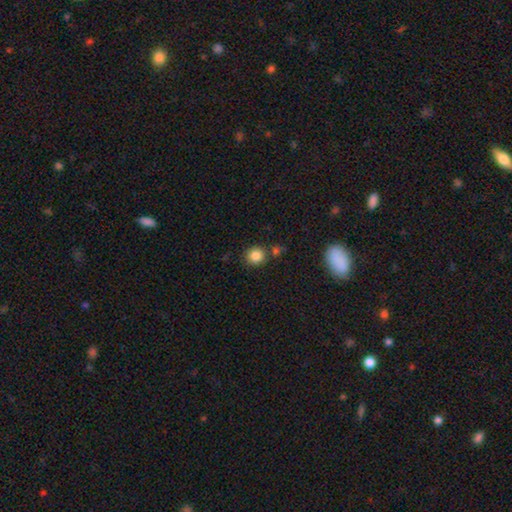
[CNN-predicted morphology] Smooth or featured: smooth — 85% (star or artifact — 11%)
How rounded: round — 88% (in between — 11%)
Merging: none — 76% (merger — 12%)